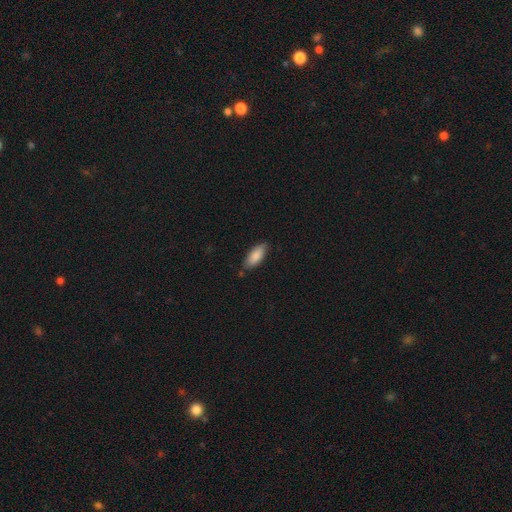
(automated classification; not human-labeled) This appears to be a smooth galaxy with no disk features (86%) that is in between round and cigar-shaped (82%). Merging: none (79%).